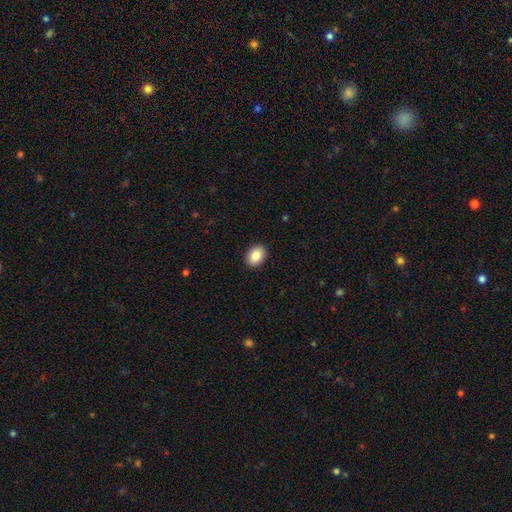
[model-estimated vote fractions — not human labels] Smooth or featured: smooth — 88% (star or artifact — 7%)
How rounded: in between — 75% (round — 24%)
Merging: none — 91% (minor disturbance — 6%)